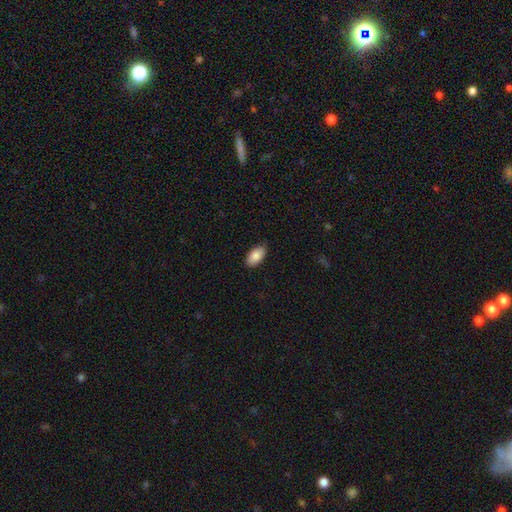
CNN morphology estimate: A smooth galaxy with no disk features (85%) that is in between round and cigar-shaped (95%).

Vote fractions:
- Smooth or featured? smooth: 85% / featured or disk: 8% / star or artifact: 6%
- How rounded? in between: 95% / cigar-shaped: 3% / round: 3%
- Merging? none: 85% / minor disturbance: 13% / major disturbance: 2% / merger: 1%